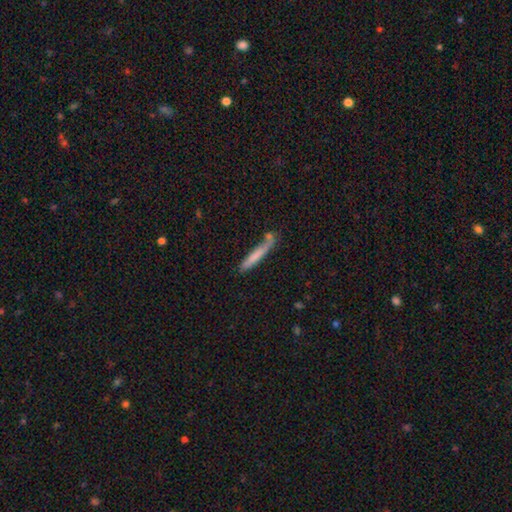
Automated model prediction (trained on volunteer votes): Smooth or featured?
  - smooth: 68% *
  - featured or disk: 25%
  - star or artifact: 6%
How rounded?
  - cigar-shaped: 94% *
  - in between: 5%
  - round: 1%
Merging?
  - none: 64% *
  - minor disturbance: 19%
  - merger: 12%
  - major disturbance: 6%